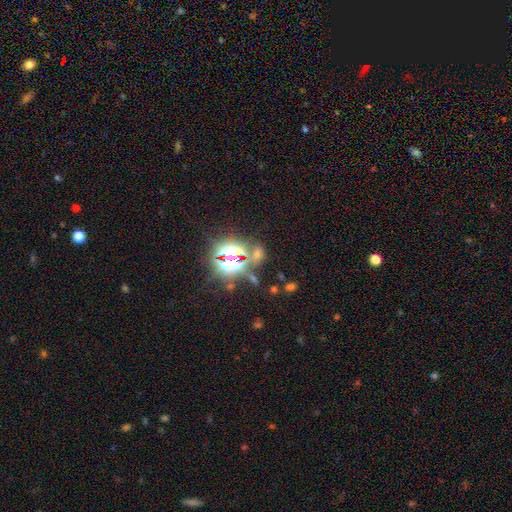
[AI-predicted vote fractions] Q: Smooth or featured?
A: star or artifact (69%); runner-up: smooth (21%)